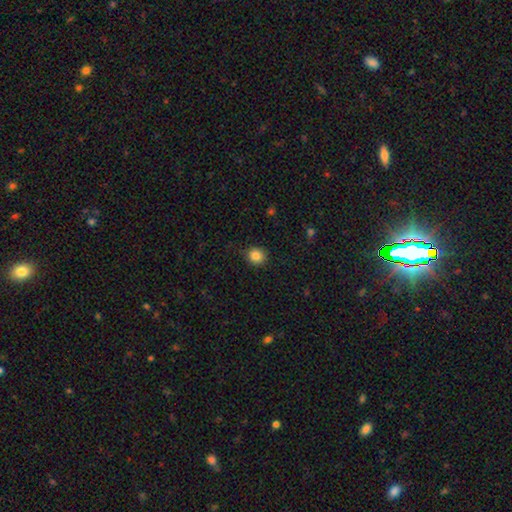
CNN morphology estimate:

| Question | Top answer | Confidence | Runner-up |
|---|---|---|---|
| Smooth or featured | smooth | 86% | star or artifact (10%) |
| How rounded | round | 88% | in between (12%) |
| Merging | none | 87% | minor disturbance (9%) |